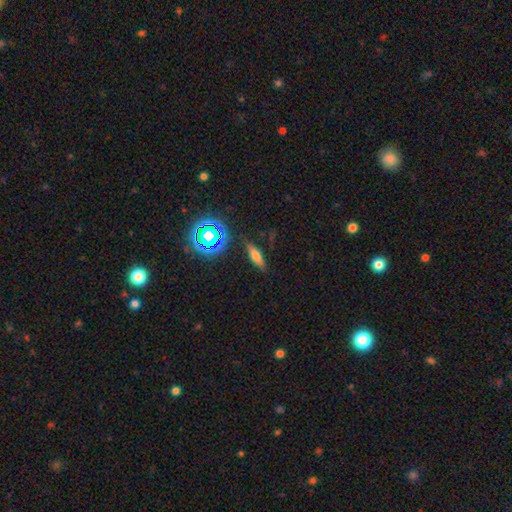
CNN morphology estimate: type=smooth (59%); roundness=cigar-shaped (52%); merging=none (83%).